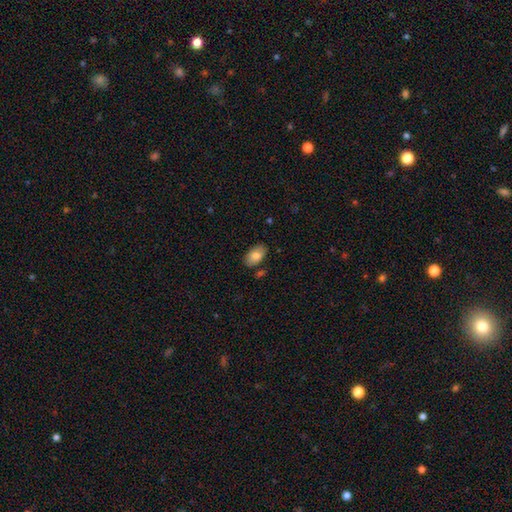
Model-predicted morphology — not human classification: The model was most divided on "merging": none: 81%, minor disturbance: 12%, merger: 4%, major disturbance: 3%. More confident: how rounded — in between (93%); smooth or featured — smooth (82%).